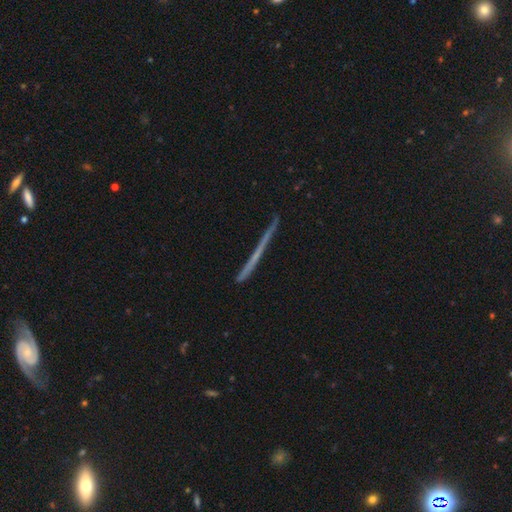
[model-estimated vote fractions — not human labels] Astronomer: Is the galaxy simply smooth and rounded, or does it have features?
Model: featured or disk — 59% (runner-up: smooth, 34%).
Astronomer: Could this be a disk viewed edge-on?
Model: yes — 97%.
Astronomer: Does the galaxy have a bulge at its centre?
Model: none — 90%.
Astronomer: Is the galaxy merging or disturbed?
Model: none — 89%.